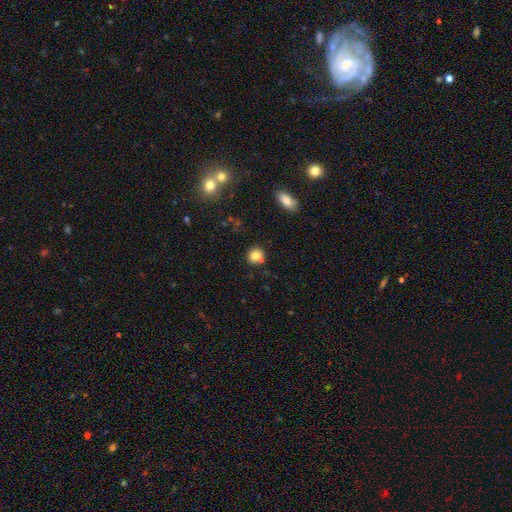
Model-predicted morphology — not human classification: Smooth or featured? smooth (80%)
How rounded? round (82%)
Merging? none (71%)